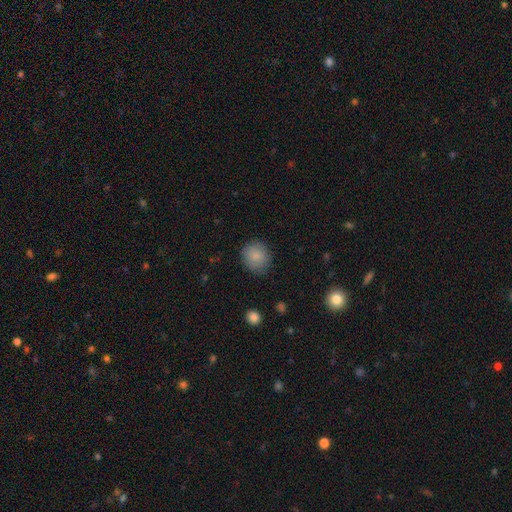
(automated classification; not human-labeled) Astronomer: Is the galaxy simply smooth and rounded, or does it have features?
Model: smooth — 86%.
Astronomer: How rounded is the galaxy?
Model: round — 87%.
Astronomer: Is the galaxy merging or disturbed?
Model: none — 83%.